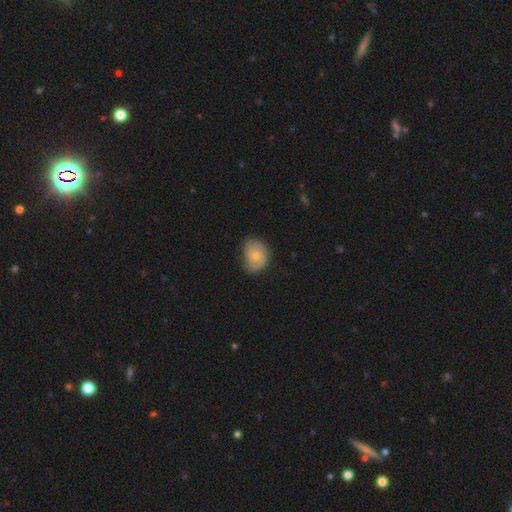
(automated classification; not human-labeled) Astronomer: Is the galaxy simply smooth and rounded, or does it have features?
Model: smooth — 54% (runner-up: featured or disk, 39%).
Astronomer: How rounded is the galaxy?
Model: in between — 51% (runner-up: round, 48%).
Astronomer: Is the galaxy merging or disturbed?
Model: none — 60%.